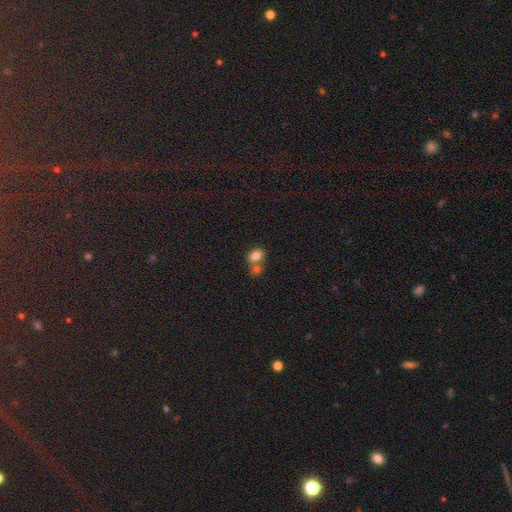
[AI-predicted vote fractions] Smooth or featured: smooth — 80% (star or artifact — 10%)
How rounded: in between — 76% (round — 22%)
Merging: merger — 54% (none — 33%)